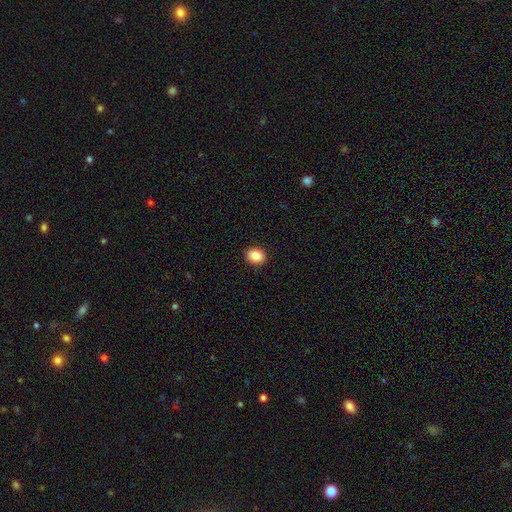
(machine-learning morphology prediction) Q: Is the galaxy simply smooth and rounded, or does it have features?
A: smooth — 88%.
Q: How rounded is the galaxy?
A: in between — 57%.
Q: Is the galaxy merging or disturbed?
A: none — 91%.